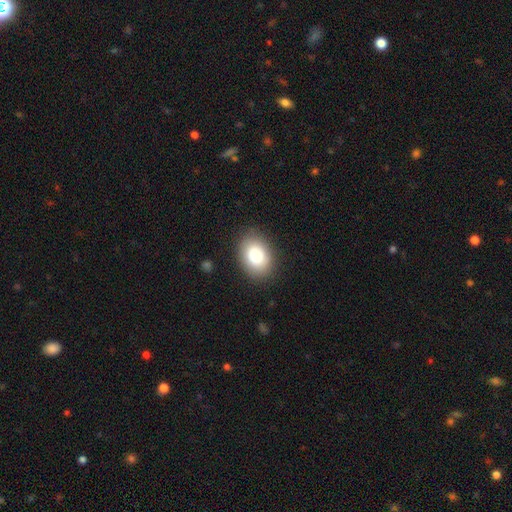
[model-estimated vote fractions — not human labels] smooth 87%, star or artifact 7%, featured or disk 6%. Down the decision tree: how rounded — in between (72%); merging — none (83%).